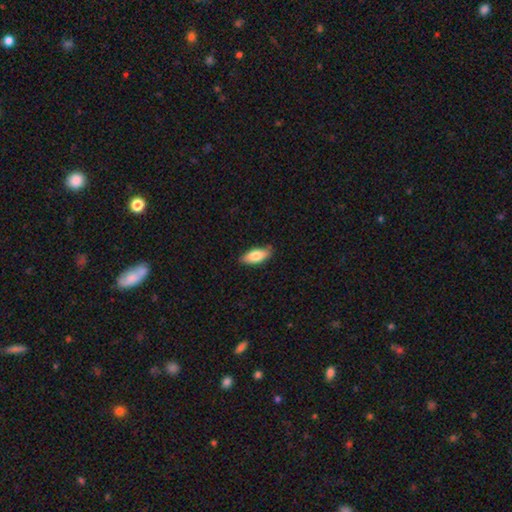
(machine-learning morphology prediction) Smooth or featured? Predicted: smooth (p=0.79). How rounded? Predicted: in between (p=0.81). Merging? Predicted: none (p=0.84).